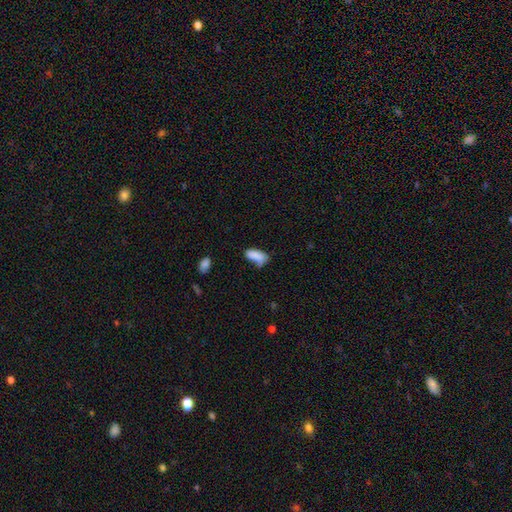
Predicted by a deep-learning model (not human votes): smooth 83%, featured or disk 9%, star or artifact 8%. Down the decision tree: how rounded — in between (86%); merging — none (44%).